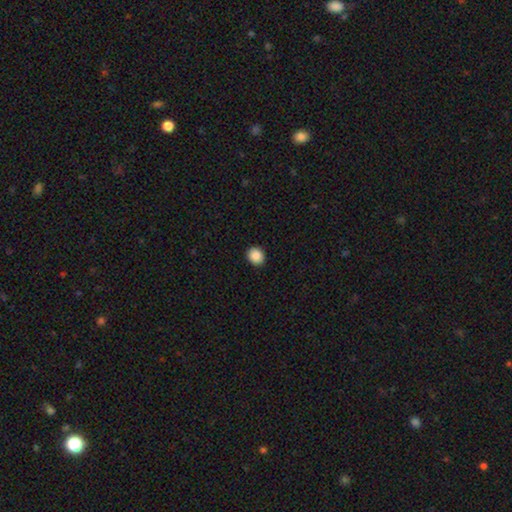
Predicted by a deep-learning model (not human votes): smooth-or-featured: smooth: 88% | star or artifact: 9% | featured or disk: 3%
  how-rounded: round: 75% | in between: 25% | cigar-shaped: 1%
  merging: none: 92% | minor disturbance: 6% | major disturbance: 2% | merger: 1%